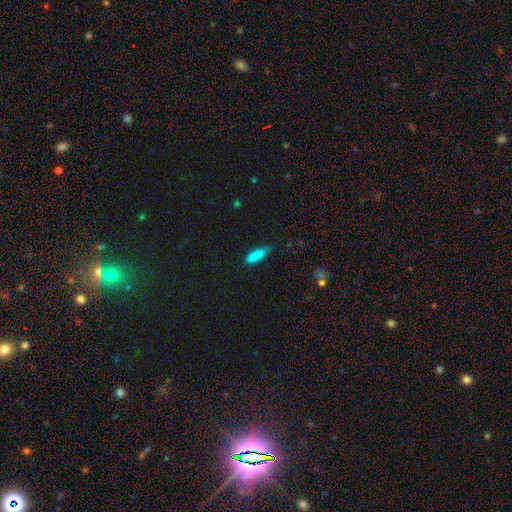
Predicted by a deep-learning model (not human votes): The model was most divided on "how rounded": cigar-shaped: 61%, in between: 37%, round: 2%. More confident: smooth or featured — smooth (85%); merging — none (66%).